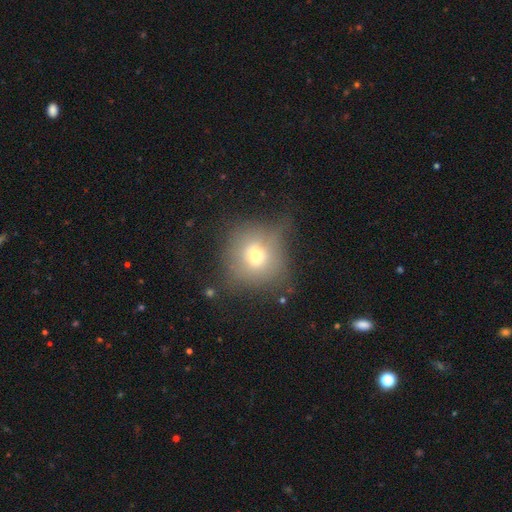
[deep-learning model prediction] The model was most divided on "merging": none: 56%, minor disturbance: 27%, major disturbance: 14%, merger: 3%. More confident: how rounded — round (88%); smooth or featured — smooth (63%).